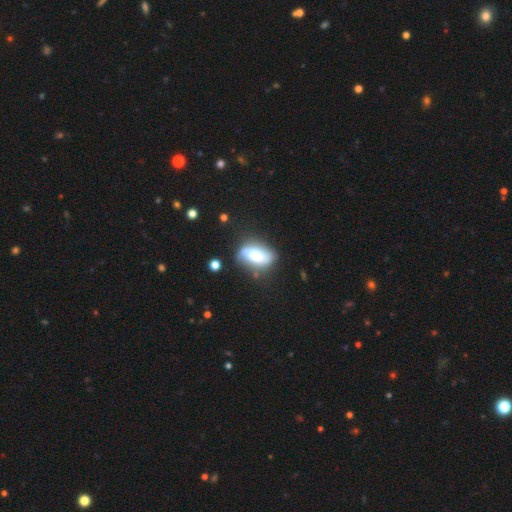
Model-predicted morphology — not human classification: Smooth or featured?
  - smooth: 53% *
  - featured or disk: 39%
  - star or artifact: 8%
How rounded?
  - in between: 86% *
  - round: 10%
  - cigar-shaped: 4%
Merging?
  - none: 58% *
  - minor disturbance: 26%
  - major disturbance: 11%
  - merger: 5%